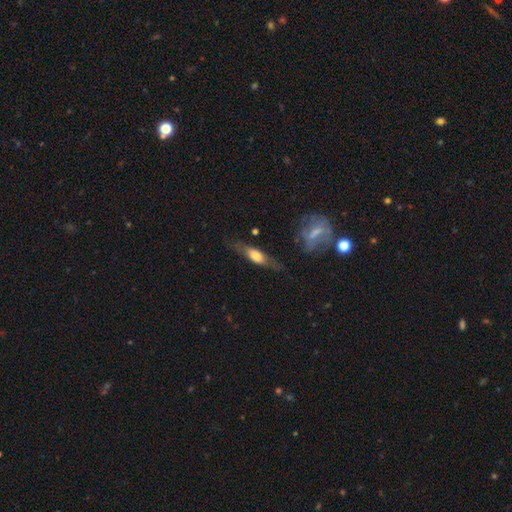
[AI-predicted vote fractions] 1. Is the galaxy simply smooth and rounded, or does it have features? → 48% featured or disk, 46% smooth, 7% star or artifact.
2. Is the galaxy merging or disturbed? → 69% none, 19% minor disturbance, 8% major disturbance, 3% merger.